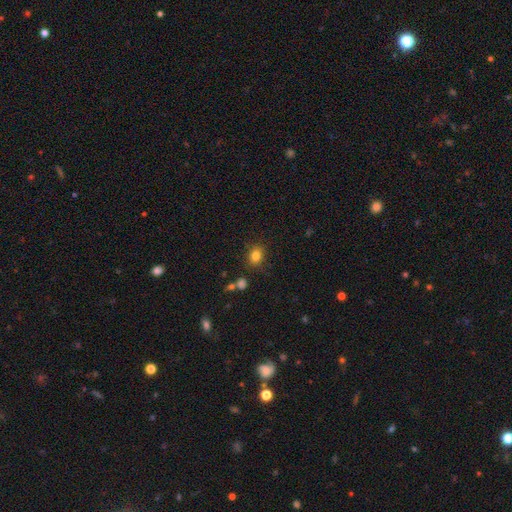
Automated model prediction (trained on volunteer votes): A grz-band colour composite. It shows a smooth galaxy with no disk features (82%) that is round (53%). Merging: none (82%).